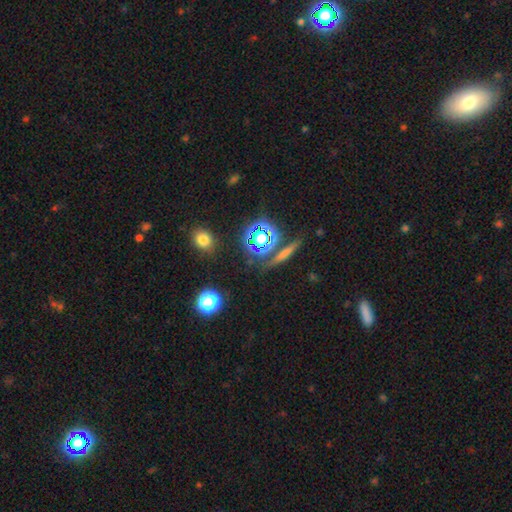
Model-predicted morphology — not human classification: star or artifact 70%, smooth 21%, featured or disk 9%.